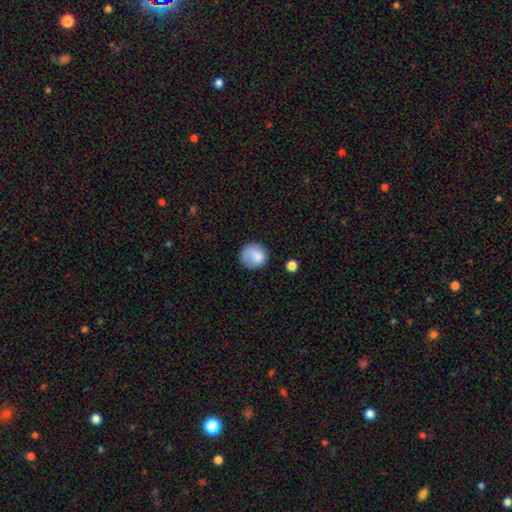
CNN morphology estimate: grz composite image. It shows a smooth galaxy with no disk features (83%) that is round (85%). Merging: none (67%).